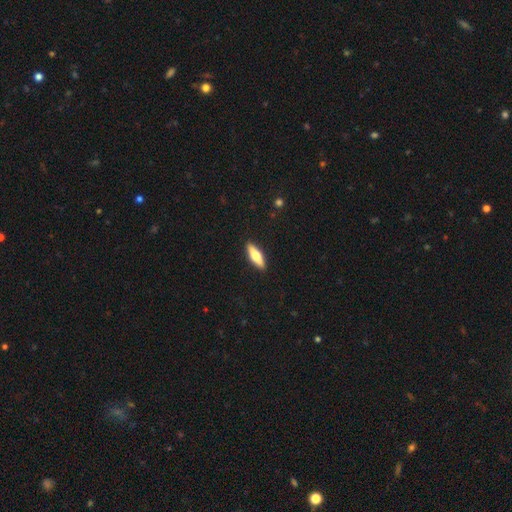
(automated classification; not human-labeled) smooth-or-featured: smooth: 57% | featured or disk: 38% | star or artifact: 5%
  how-rounded: cigar-shaped: 57% | in between: 41% | round: 2%
  merging: none: 91% | minor disturbance: 6% | major disturbance: 1% | merger: 1%